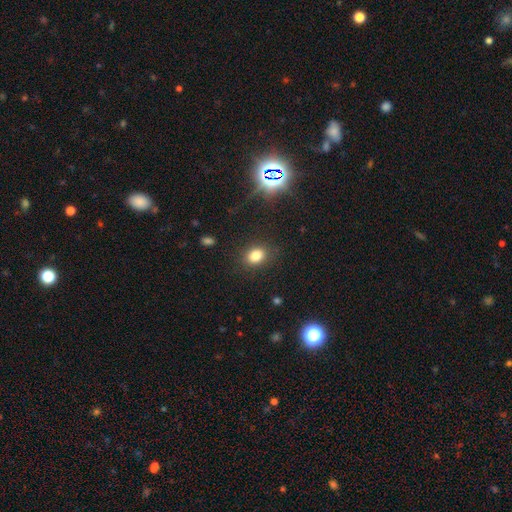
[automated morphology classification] Smooth or featured: smooth — 81% (star or artifact — 13%)
How rounded: in between — 60% (round — 39%)
Merging: none — 85% (minor disturbance — 10%)